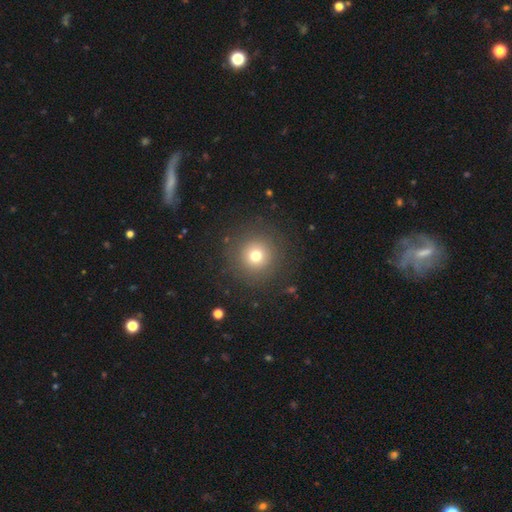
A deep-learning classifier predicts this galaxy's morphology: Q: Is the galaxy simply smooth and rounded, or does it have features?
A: smooth — 72%.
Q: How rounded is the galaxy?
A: round — 95%.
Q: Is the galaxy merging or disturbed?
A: none — 88%.